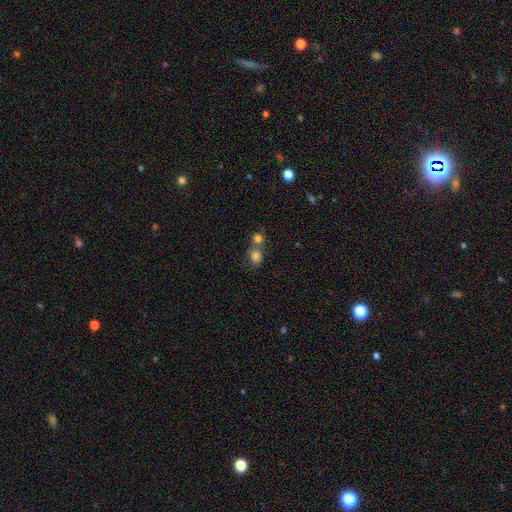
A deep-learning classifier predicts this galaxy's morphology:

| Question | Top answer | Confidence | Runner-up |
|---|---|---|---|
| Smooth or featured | smooth | 80% | star or artifact (11%) |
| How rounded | round | 60% | in between (39%) |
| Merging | merger | 46% | none (40%) |